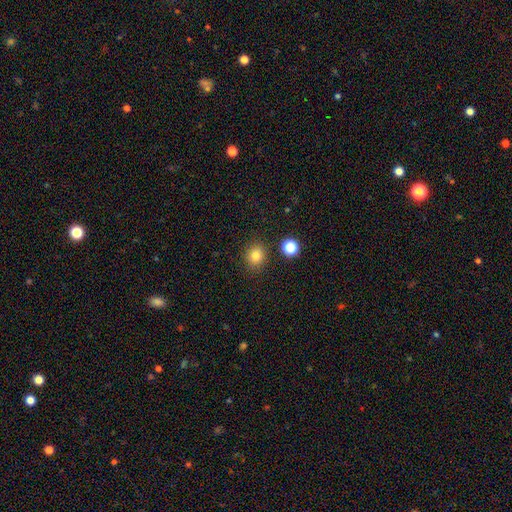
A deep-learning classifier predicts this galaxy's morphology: Smooth or featured? smooth (80%)
How rounded? round (75%)
Merging? none (85%)